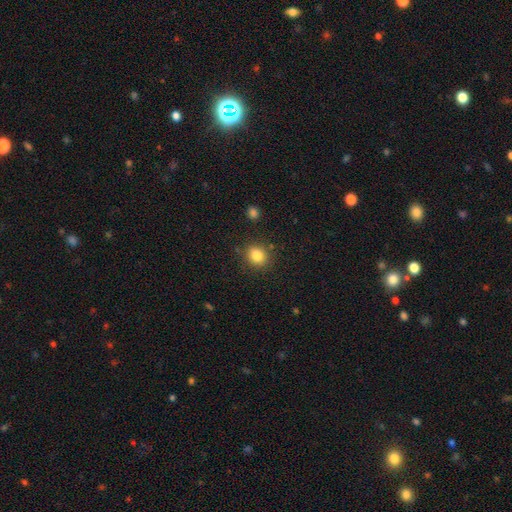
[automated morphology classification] The model was most divided on "how rounded": round: 75%, in between: 24%, cigar-shaped: 1%. More confident: merging — none (85%); smooth or featured — smooth (83%).